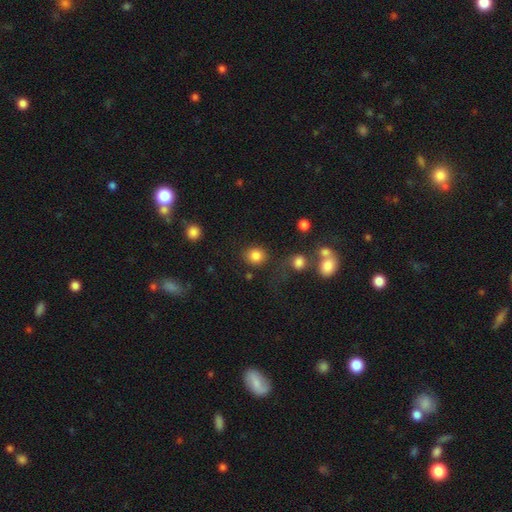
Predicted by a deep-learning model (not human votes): smooth_or_featured: smooth (p=0.84) [alt: star or artifact p=0.11]
how_rounded: round (p=0.78) [alt: in between p=0.21]
merging: none (p=0.76) [alt: minor disturbance p=0.12]